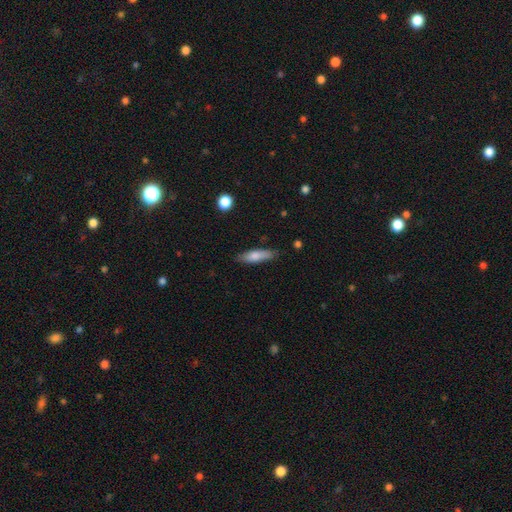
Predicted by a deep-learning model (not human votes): Morphology: type=smooth (76%); roundness=cigar-shaped (61%); merging=none (81%).